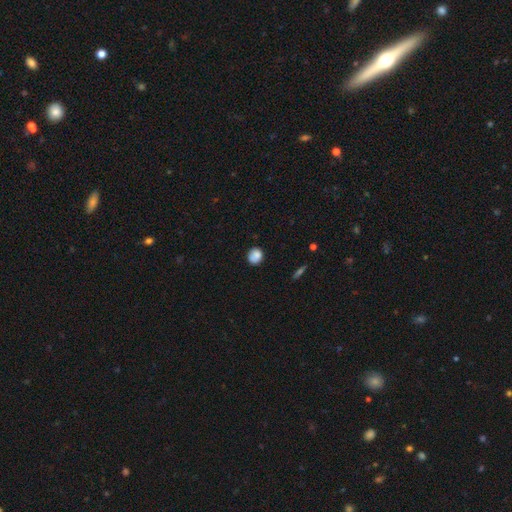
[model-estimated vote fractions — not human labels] Morphology: type=smooth (83%); roundness=round (76%); merging=none (74%).